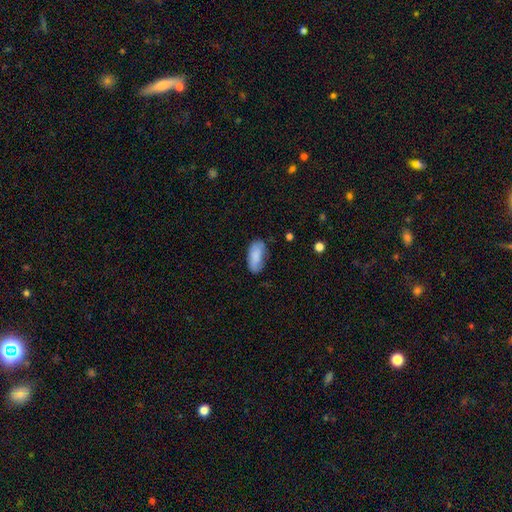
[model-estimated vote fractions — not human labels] smooth 84%, featured or disk 9%, star or artifact 6%. Down the decision tree: how rounded — in between (90%); merging — none (68%).